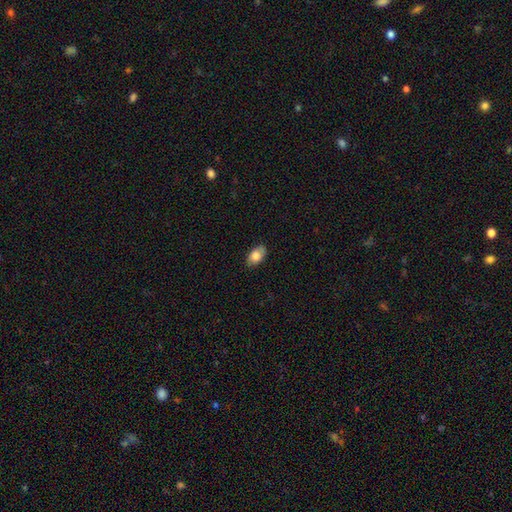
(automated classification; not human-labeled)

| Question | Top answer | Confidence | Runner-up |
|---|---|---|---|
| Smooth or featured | smooth | 82% | featured or disk (12%) |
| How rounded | in between | 92% | round (5%) |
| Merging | none | 83% | minor disturbance (13%) |